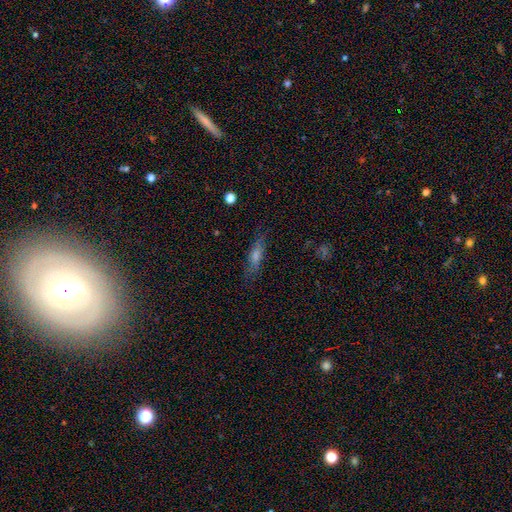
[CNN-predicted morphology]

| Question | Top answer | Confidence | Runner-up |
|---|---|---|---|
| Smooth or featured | smooth | 48% | featured or disk (38%) |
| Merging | none | 82% | minor disturbance (13%) |